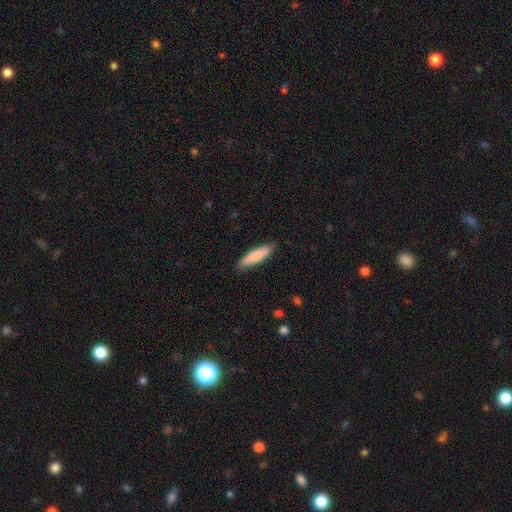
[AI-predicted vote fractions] A smooth galaxy with no disk features (82%) that is cigar-shaped (71%).

Vote fractions:
- Smooth or featured? smooth: 82% / featured or disk: 13% / star or artifact: 5%
- How rounded? cigar-shaped: 71% / in between: 28% / round: 1%
- Merging? none: 85% / minor disturbance: 12% / major disturbance: 2% / merger: 1%